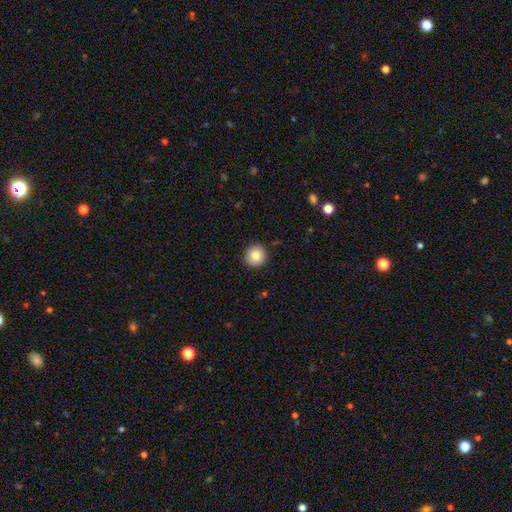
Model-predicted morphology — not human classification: Overall: smooth (83%). How rounded: round (95%). Merging: none (92%).